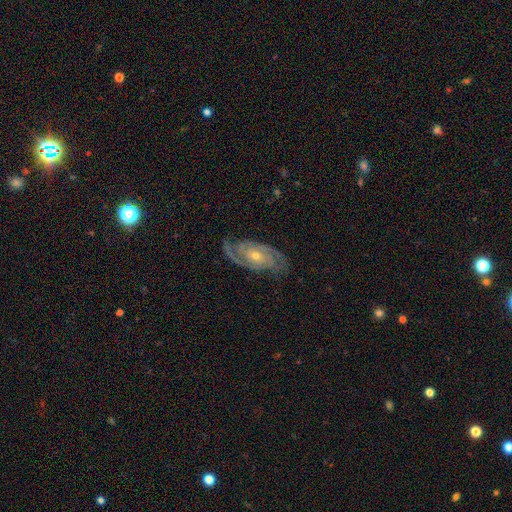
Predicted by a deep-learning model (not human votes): smooth_or_featured: featured or disk (p=0.90) [alt: star or artifact p=0.05]
disk_edge_on: no (p=0.95) [alt: yes p=0.05]
bar: no (p=0.66) [alt: weak p=0.25]
has_spiral_arms: yes (p=0.98) [alt: no p=0.02]
spiral_winding: tight (p=0.59) [alt: medium p=0.35]
spiral_arm_count: 2 (p=0.67) [alt: 3 p=0.16]
bulge_size: small (p=0.54) [alt: moderate p=0.43]
merging: none (p=0.80) [alt: minor disturbance p=0.15]